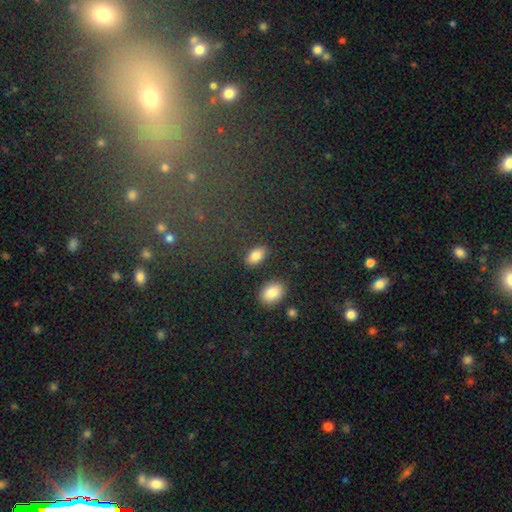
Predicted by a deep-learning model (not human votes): Morphology: type=smooth (84%); roundness=in between (91%); merging=none (84%).